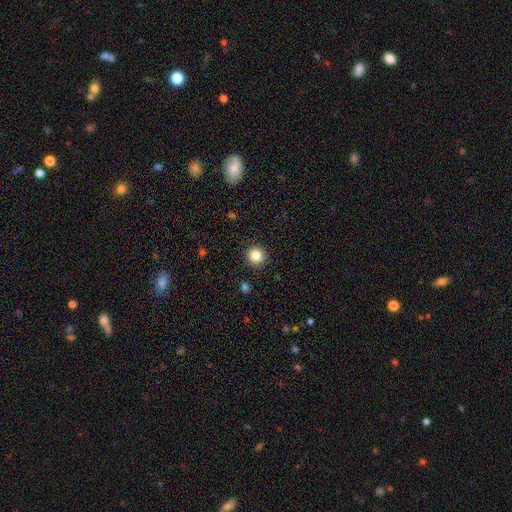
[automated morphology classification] Smooth or featured? smooth (84%)
How rounded? round (94%)
Merging? none (92%)